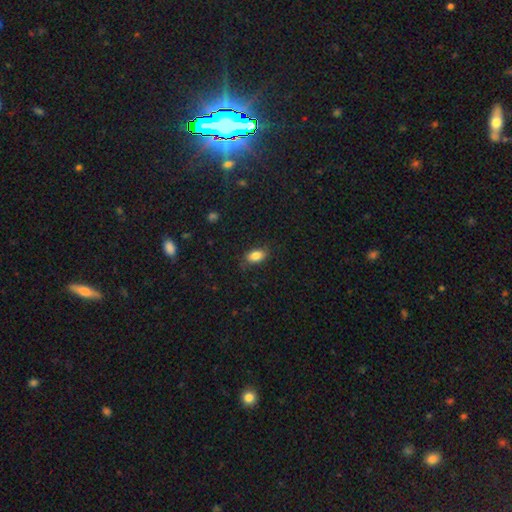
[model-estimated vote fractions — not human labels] Morphology: type=smooth (84%); roundness=in between (90%); merging=none (79%).